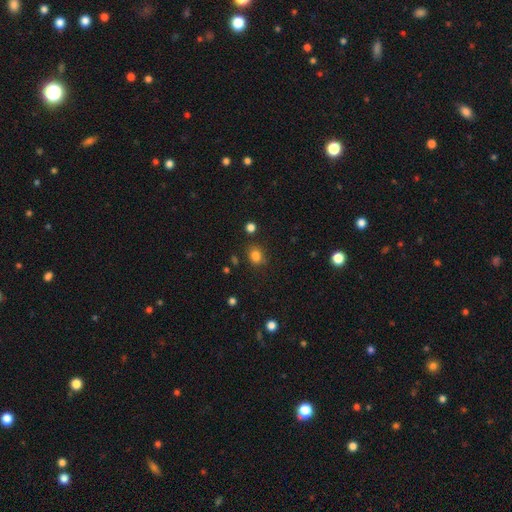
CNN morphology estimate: Smooth or featured? smooth (81%)
How rounded? round (64%)
Merging? none (78%)